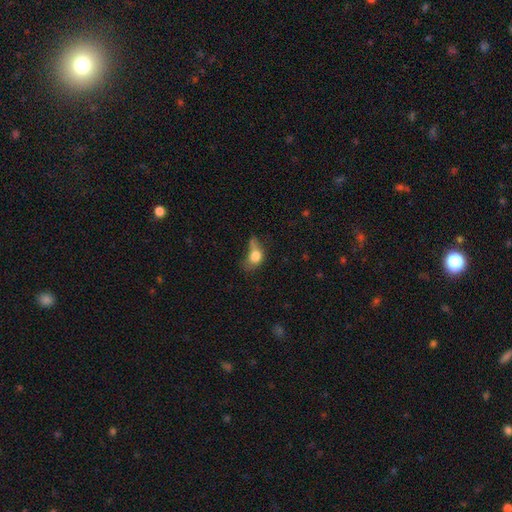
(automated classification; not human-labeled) Smooth or featured? Predicted: smooth (p=0.72). How rounded? Predicted: in between (p=0.67). Merging? Predicted: major disturbance (p=0.41).